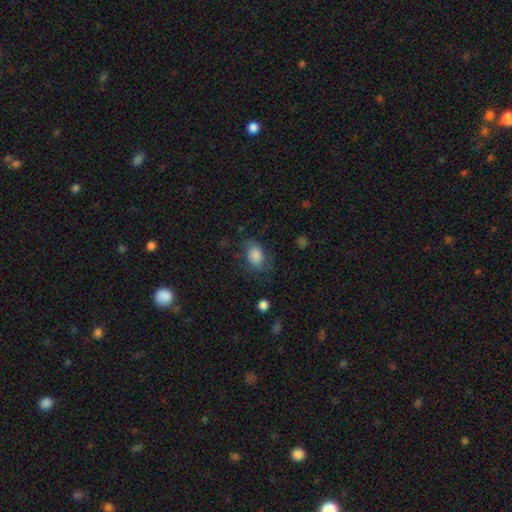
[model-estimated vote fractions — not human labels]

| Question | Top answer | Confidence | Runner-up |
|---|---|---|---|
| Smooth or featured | smooth | 80% | featured or disk (12%) |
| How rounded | in between | 78% | round (20%) |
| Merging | none | 59% | minor disturbance (24%) |